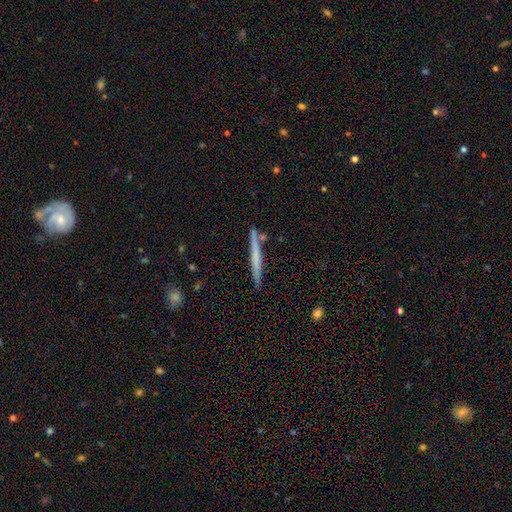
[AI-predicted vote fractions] The model was most divided on "smooth or featured": smooth: 54%, featured or disk: 40%, star or artifact: 6%. More confident: how rounded — cigar-shaped (97%); merging — none (87%).